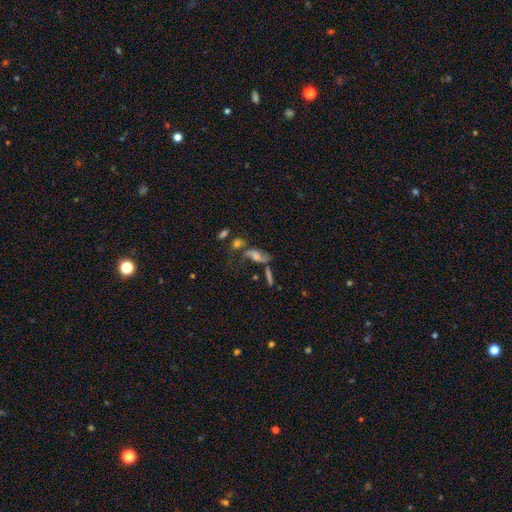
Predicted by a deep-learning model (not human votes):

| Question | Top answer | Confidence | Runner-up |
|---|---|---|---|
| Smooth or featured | featured or disk | 54% | smooth (27%) |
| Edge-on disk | no | 81% | yes (19%) |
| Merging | none | 35% | merger (26%) |